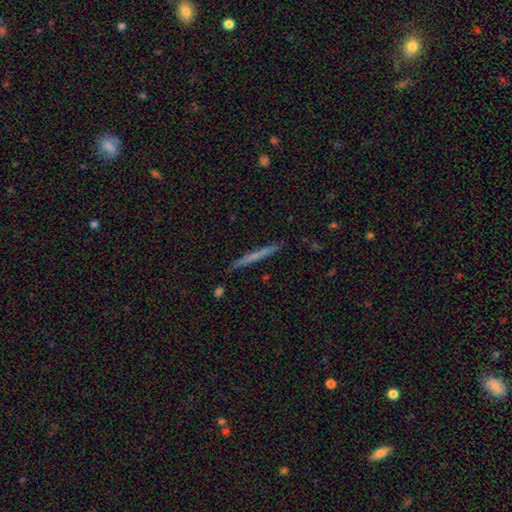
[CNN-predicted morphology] type=featured or disk (47%); merging=none (90%).